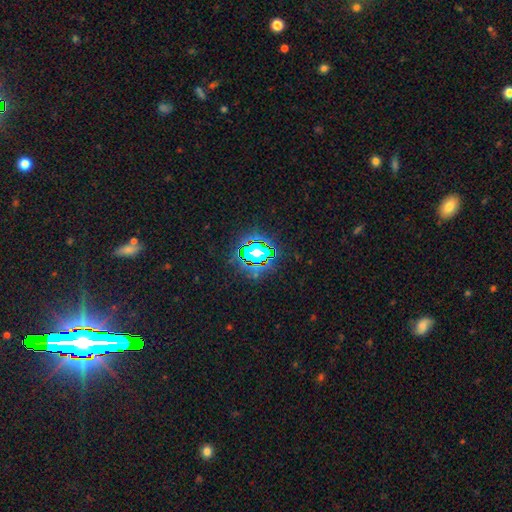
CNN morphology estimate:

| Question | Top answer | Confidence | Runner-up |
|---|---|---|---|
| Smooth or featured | star or artifact | 80% | smooth (12%) |